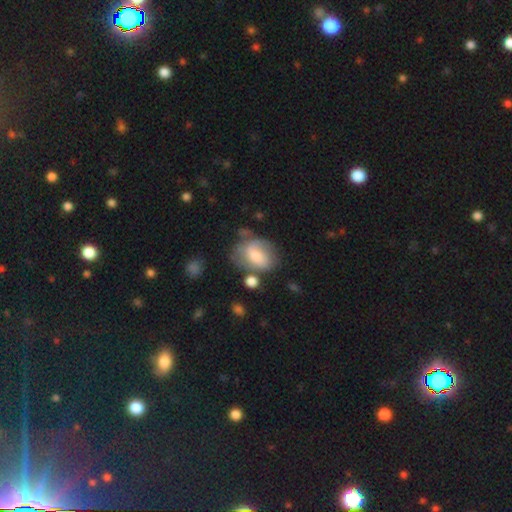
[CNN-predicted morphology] type=smooth (52%); roundness=in between (65%); merging=none (48%).